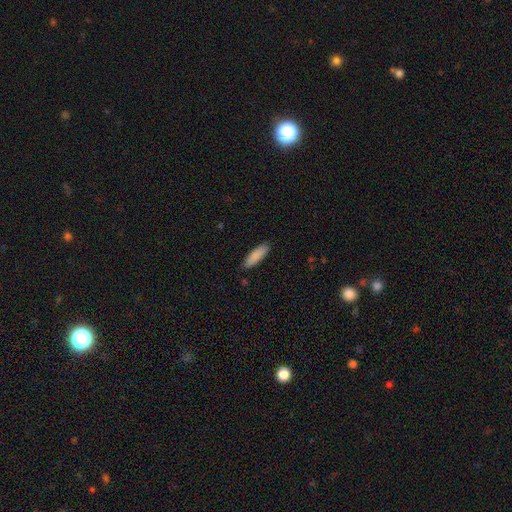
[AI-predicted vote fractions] The model was most divided on "how rounded": cigar-shaped: 54%, in between: 45%, round: 1%. More confident: smooth or featured — smooth (88%); merging — none (86%).